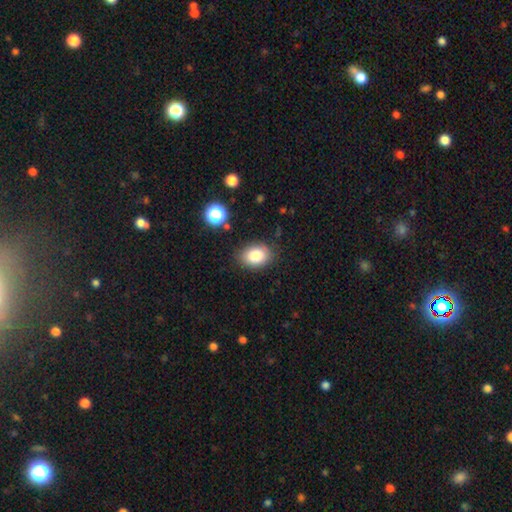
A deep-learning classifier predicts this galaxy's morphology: smooth-or-featured: smooth: 83% | star or artifact: 9% | featured or disk: 8%
  how-rounded: in between: 76% | round: 23% | cigar-shaped: 1%
  merging: none: 82% | minor disturbance: 12% | major disturbance: 3% | merger: 2%